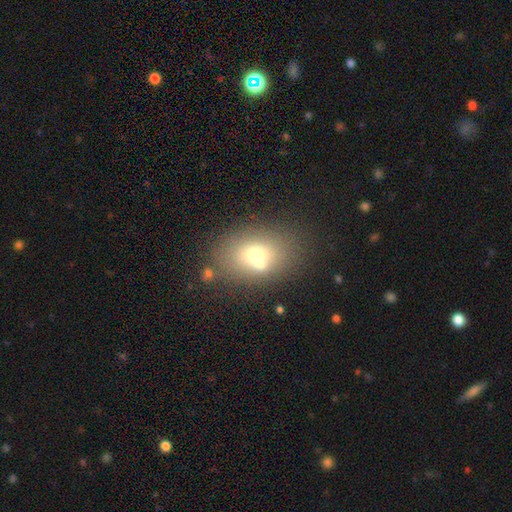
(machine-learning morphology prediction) Smooth or featured?
  - smooth: 64% *
  - featured or disk: 22%
  - star or artifact: 14%
How rounded?
  - in between: 69% *
  - round: 30%
  - cigar-shaped: 1%
Merging?
  - none: 57% *
  - merger: 24%
  - minor disturbance: 13%
  - major disturbance: 6%